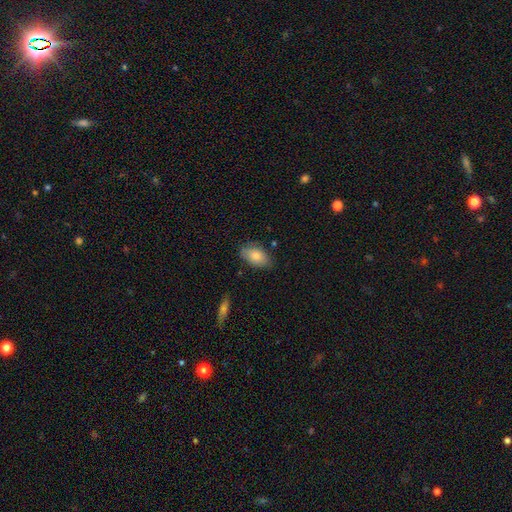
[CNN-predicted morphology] The model was most divided on "merging": none: 75%, minor disturbance: 20%, major disturbance: 3%, merger: 2%. More confident: how rounded — in between (92%); smooth or featured — smooth (82%).